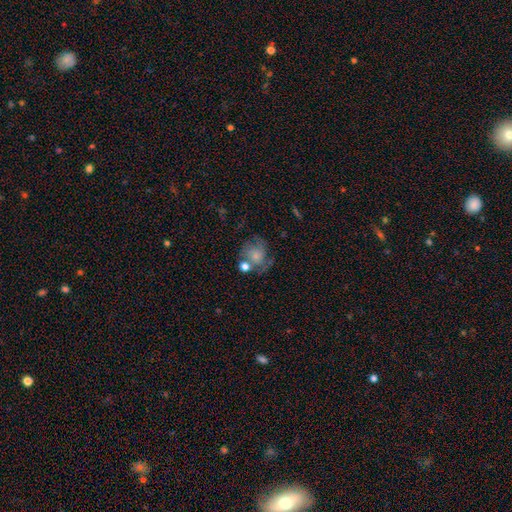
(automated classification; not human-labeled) smooth_or_featured: smooth (p=0.55) [alt: featured or disk p=0.36]
how_rounded: round (p=0.70) [alt: in between p=0.29]
merging: none (p=0.41) [alt: minor disturbance p=0.21]